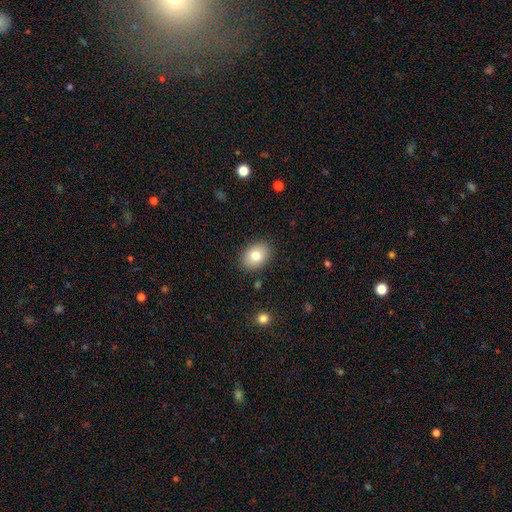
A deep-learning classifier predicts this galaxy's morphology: This appears to be a smooth galaxy with no disk features (79%) that is in between round and cigar-shaped (73%). Merging: none (88%).